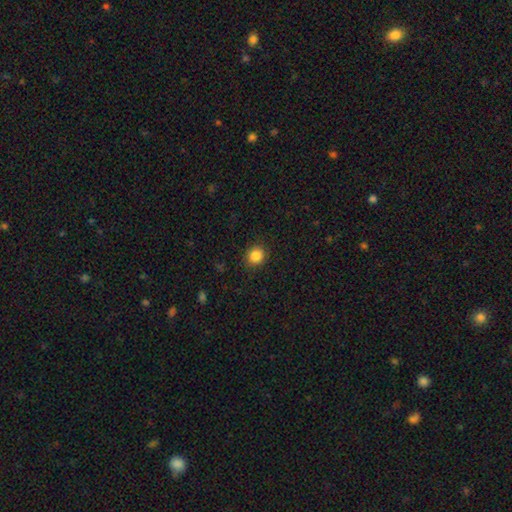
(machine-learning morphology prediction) This appears to be a smooth galaxy with no disk features (86%) that is round (84%). Merging: none (89%).